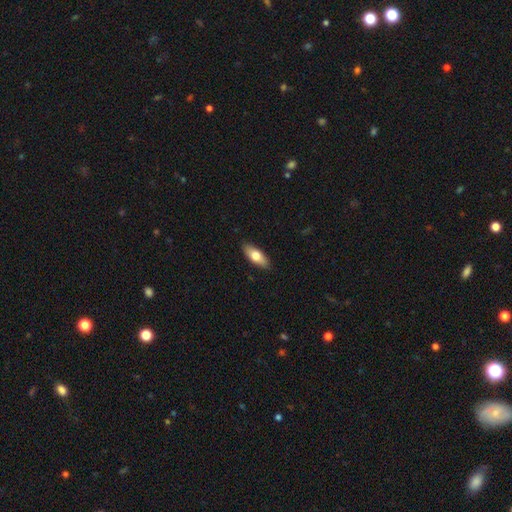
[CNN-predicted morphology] The model was most divided on "smooth or featured": smooth: 71%, featured or disk: 23%, star or artifact: 6%. More confident: merging — none (89%); how rounded — in between (75%).